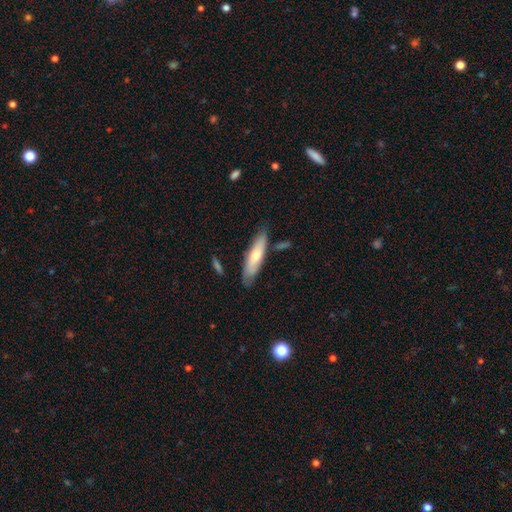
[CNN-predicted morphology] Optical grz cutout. It shows a smooth galaxy with no disk features (64%) that is cigar-shaped (69%). Merging: none (77%).